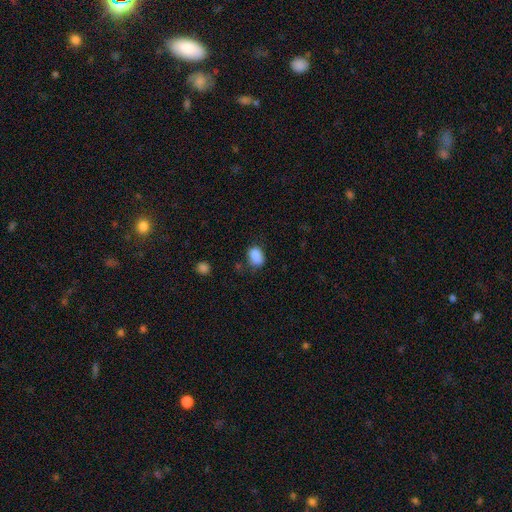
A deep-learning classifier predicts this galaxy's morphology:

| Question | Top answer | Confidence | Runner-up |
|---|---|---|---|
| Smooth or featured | smooth | 87% | star or artifact (9%) |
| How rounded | in between | 78% | round (20%) |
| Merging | none | 69% | minor disturbance (22%) |